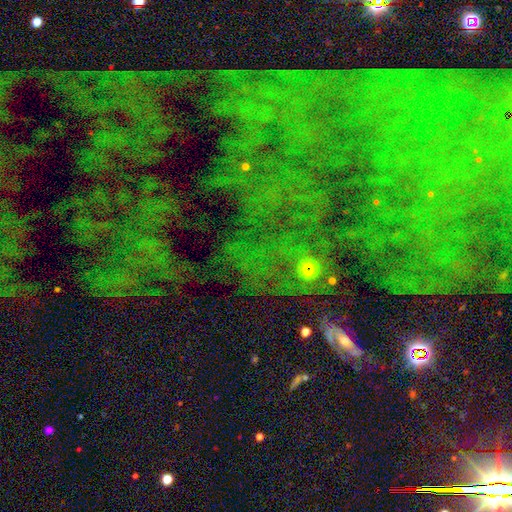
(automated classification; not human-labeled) star or artifact 77%, smooth 12%, featured or disk 11%.